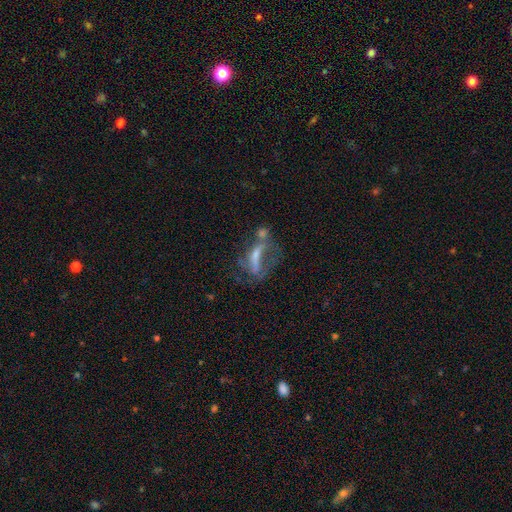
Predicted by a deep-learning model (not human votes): This appears to be a featured or disk galaxy (57%). Merging: major disturbance (34%).